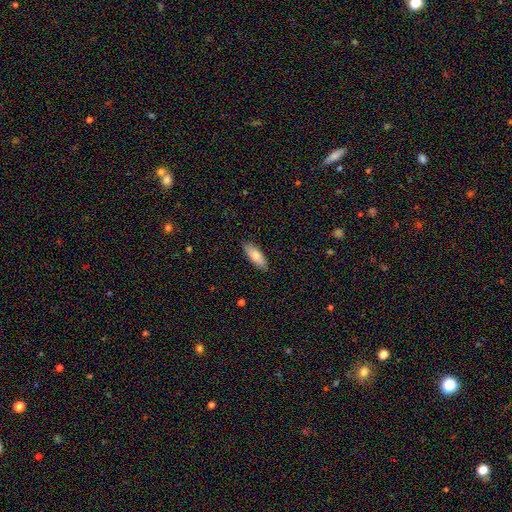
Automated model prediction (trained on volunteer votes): Q: Smooth or featured?
A: smooth (82%); runner-up: featured or disk (12%)
Q: How rounded?
A: in between (68%); runner-up: cigar-shaped (30%)
Q: Merging?
A: none (87%); runner-up: minor disturbance (10%)